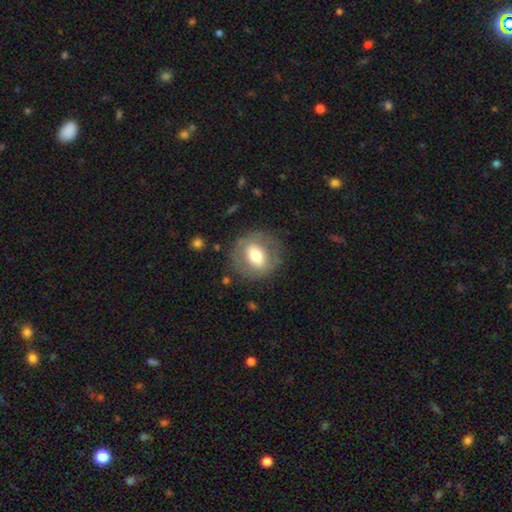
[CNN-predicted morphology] Smooth or featured? Predicted: smooth (p=0.53). How rounded? Predicted: round (p=0.71). Merging? Predicted: none (p=0.79).